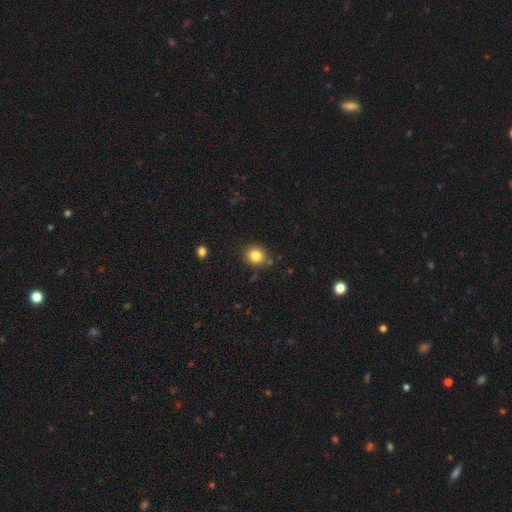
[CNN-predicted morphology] smooth 82%, star or artifact 11%, featured or disk 7%. Down the decision tree: how rounded — round (74%); merging — none (83%).